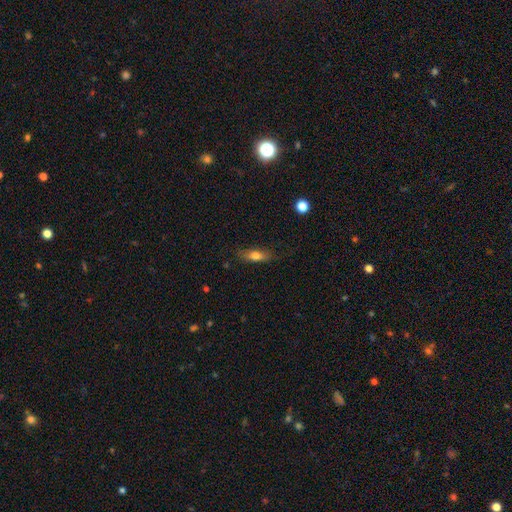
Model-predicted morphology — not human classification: Overall: smooth (67%). How rounded: in between (51%; cigar-shaped 45%). Merging: none (77%).